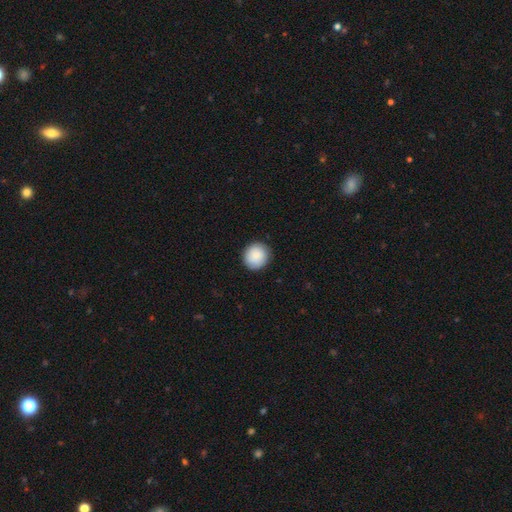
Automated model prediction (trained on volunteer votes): This appears to be a smooth galaxy with no disk features (88%) that is round (92%). Merging: none (89%).